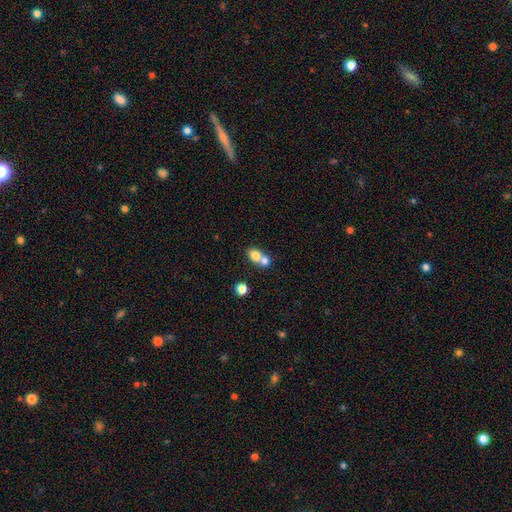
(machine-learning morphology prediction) smooth_or_featured: smooth (p=0.76) [alt: featured or disk p=0.14]
how_rounded: in between (p=0.51) [alt: round p=0.48]
merging: merger (p=0.63) [alt: none p=0.28]